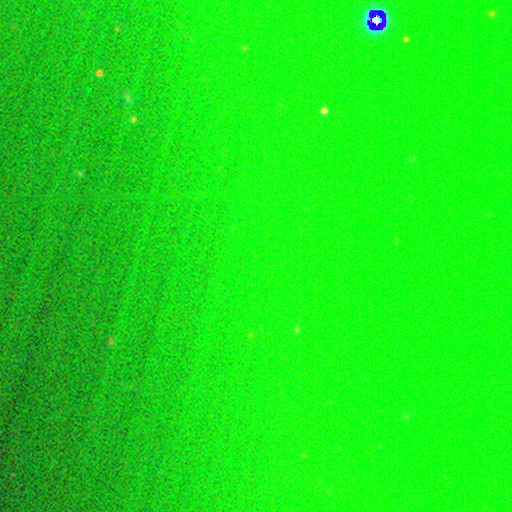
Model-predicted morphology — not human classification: Smooth or featured? Predicted: star or artifact (p=0.79).